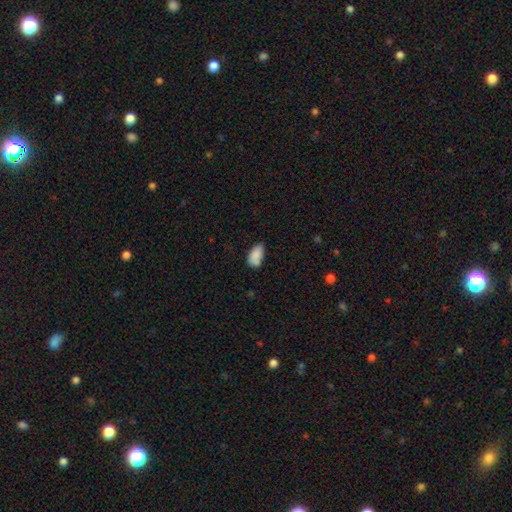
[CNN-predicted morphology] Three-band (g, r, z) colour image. It shows a smooth galaxy with no disk features (86%) that is in between round and cigar-shaped (93%). Merging: none (56%).